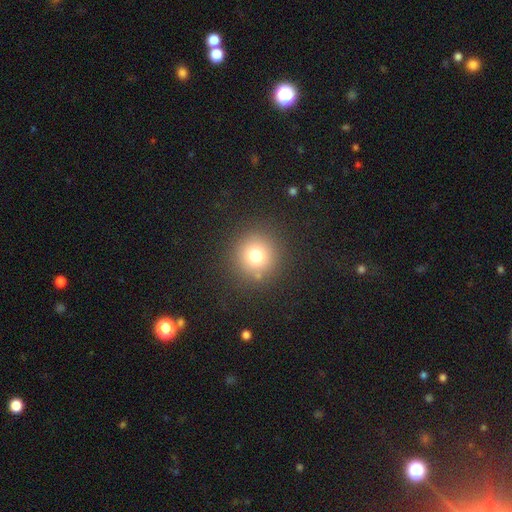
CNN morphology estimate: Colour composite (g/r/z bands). It shows a smooth galaxy with no disk features (75%) that is round (95%). Merging: none (88%).